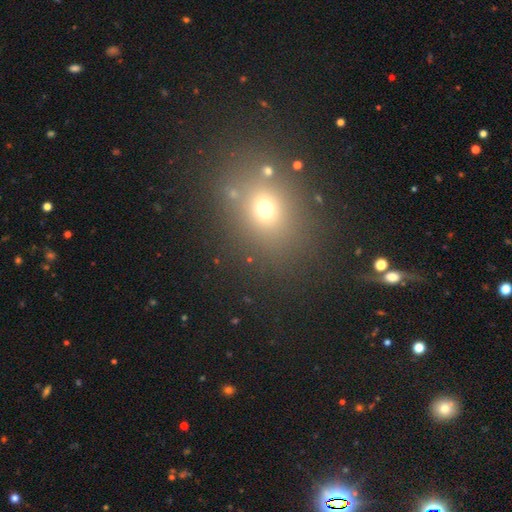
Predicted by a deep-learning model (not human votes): Smooth or featured? smooth (54%)
How rounded? round (54%)
Merging? none (83%)